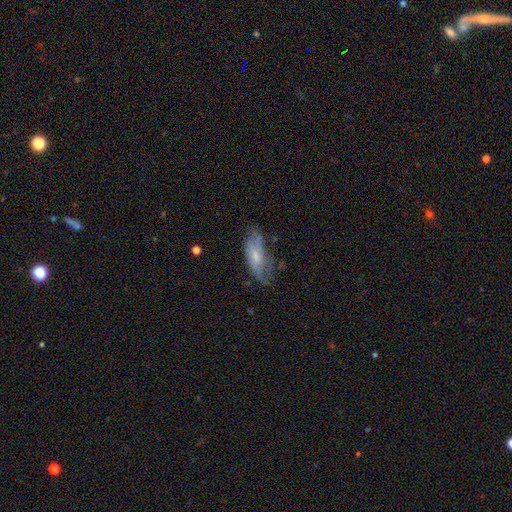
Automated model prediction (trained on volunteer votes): Q: Smooth or featured?
A: smooth (54%); runner-up: featured or disk (39%)
Q: How rounded?
A: in between (75%); runner-up: cigar-shaped (22%)
Q: Merging?
A: none (50%); runner-up: minor disturbance (32%)